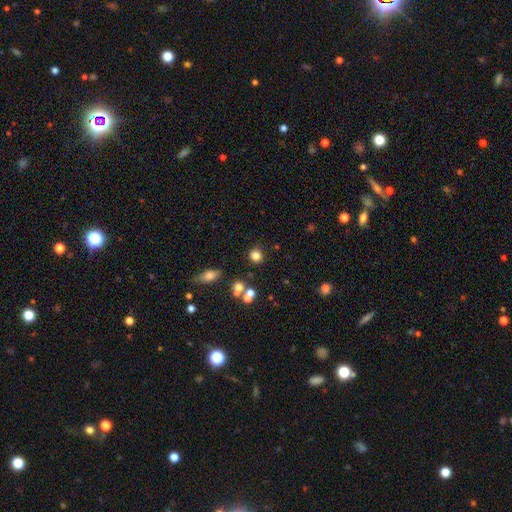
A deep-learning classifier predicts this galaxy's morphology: smooth 80%, star or artifact 14%, featured or disk 7%. Down the decision tree: how rounded — round (87%); merging — none (82%).